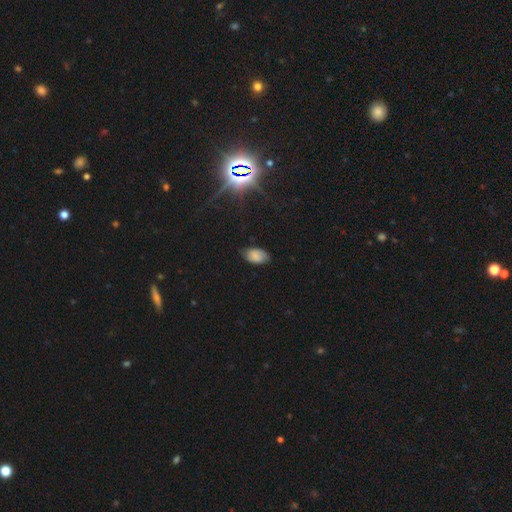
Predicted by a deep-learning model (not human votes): smooth 77%, featured or disk 11%, star or artifact 11%. Down the decision tree: how rounded — in between (93%); merging — none (72%).